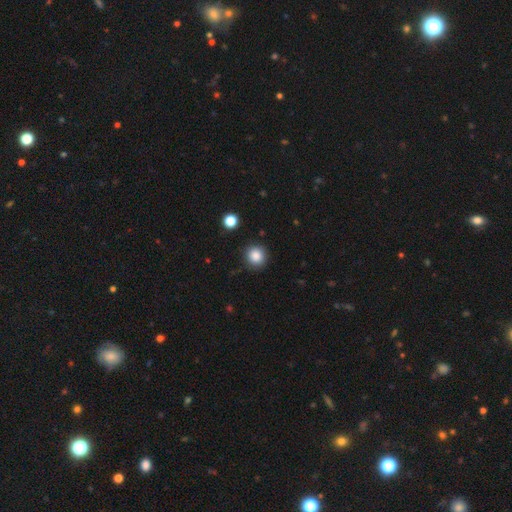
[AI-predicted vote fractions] This appears to be a smooth galaxy with no disk features (85%) that is round (92%). Merging: none (88%).